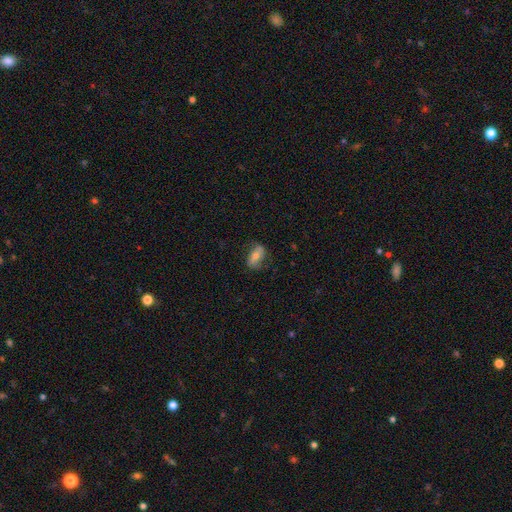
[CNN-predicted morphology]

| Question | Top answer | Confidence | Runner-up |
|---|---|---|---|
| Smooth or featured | smooth | 47% | featured or disk (44%) |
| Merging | none | 72% | minor disturbance (20%) |